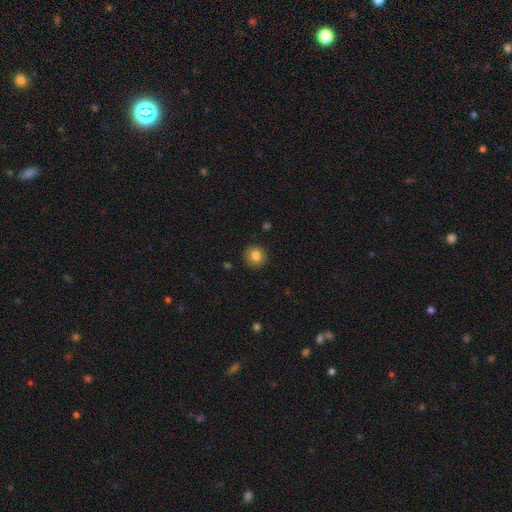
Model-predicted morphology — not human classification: A smooth galaxy with no disk features (82%) that is round (92%). Merging: none (90%).